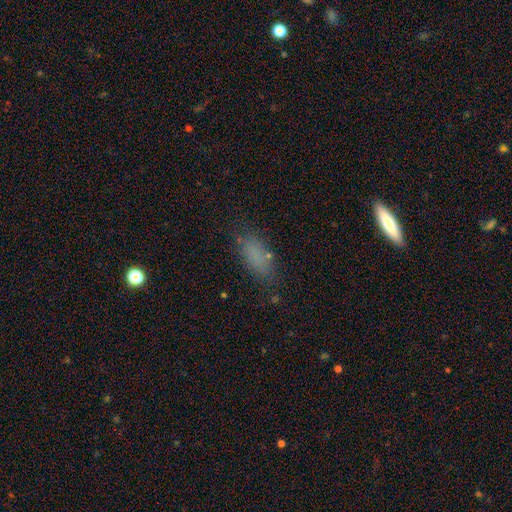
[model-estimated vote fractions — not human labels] A smooth galaxy with no disk features (76%) that is in between round and cigar-shaped (79%). Merging: none (72%).